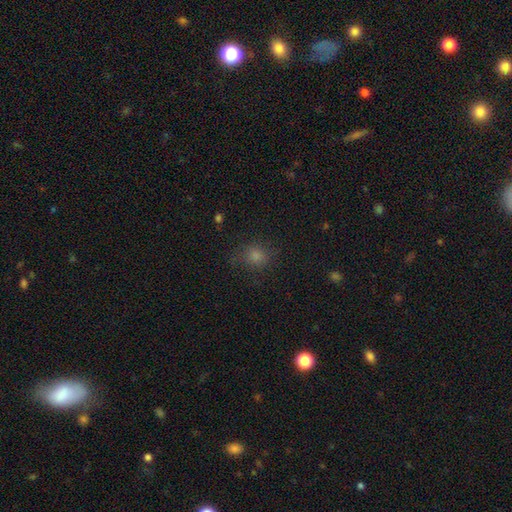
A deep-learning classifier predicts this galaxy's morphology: Smooth or featured?
  - smooth: 70% *
  - star or artifact: 23%
  - featured or disk: 6%
How rounded?
  - round: 79% *
  - in between: 20%
  - cigar-shaped: 1%
Merging?
  - none: 80% *
  - minor disturbance: 13%
  - major disturbance: 5%
  - merger: 1%